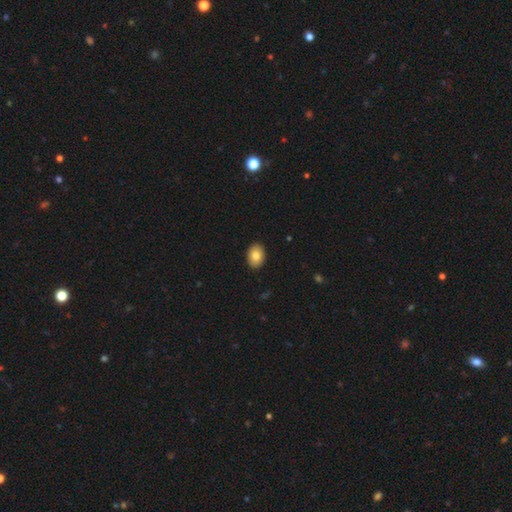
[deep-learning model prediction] This appears to be a smooth galaxy with no disk features (82%) that is in between round and cigar-shaped (81%). Merging: none (91%).